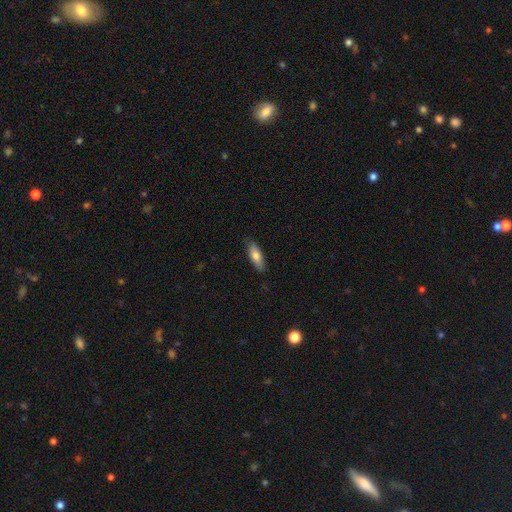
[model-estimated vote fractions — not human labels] Morphology: type=smooth (75%); roundness=in between (60%); merging=none (86%).